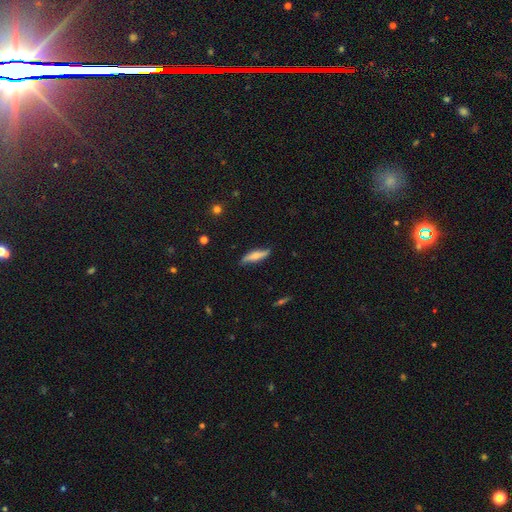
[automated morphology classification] Smooth or featured? Predicted: smooth (p=0.53). How rounded? Predicted: cigar-shaped (p=0.74). Merging? Predicted: none (p=0.78).